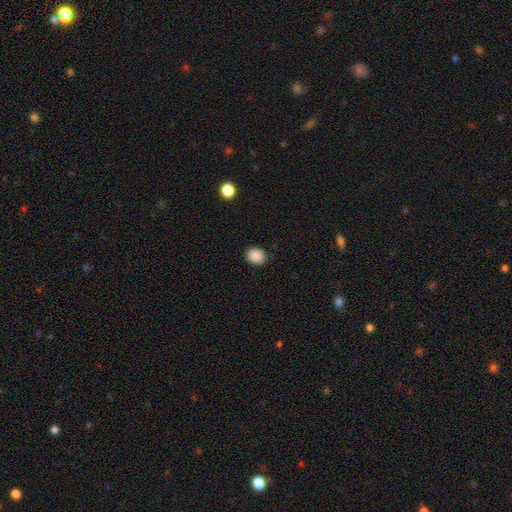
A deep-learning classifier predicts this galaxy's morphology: Smooth or featured? Predicted: smooth (p=0.89). How rounded? Predicted: in between (p=0.53). Merging? Predicted: none (p=0.88).